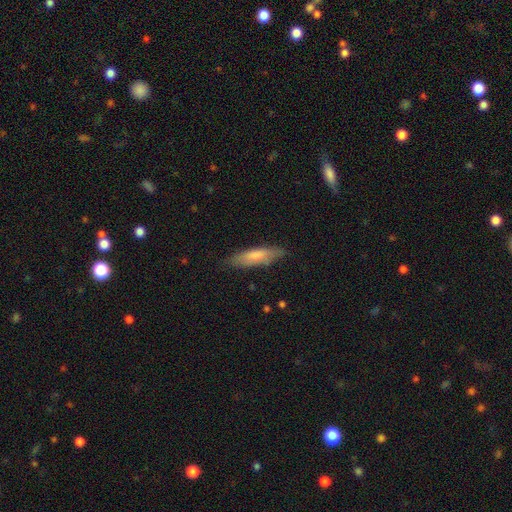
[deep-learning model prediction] Smooth or featured? smooth (74%)
How rounded? cigar-shaped (66%)
Merging? none (80%)